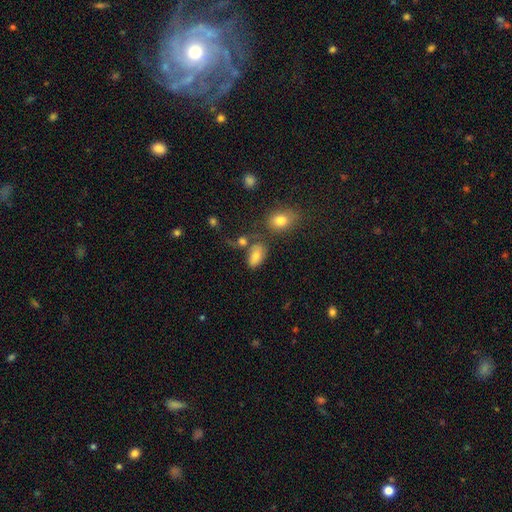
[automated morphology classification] Smooth or featured: smooth — 76% (featured or disk — 13%)
How rounded: in between — 90% (round — 7%)
Merging: none — 59% (minor disturbance — 17%)